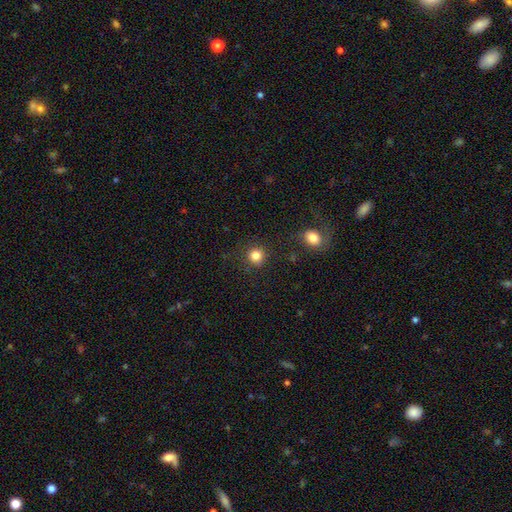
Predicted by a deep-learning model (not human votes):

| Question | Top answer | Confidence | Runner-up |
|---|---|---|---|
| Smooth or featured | smooth | 83% | star or artifact (12%) |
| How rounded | round | 92% | in between (7%) |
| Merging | none | 87% | minor disturbance (8%) |